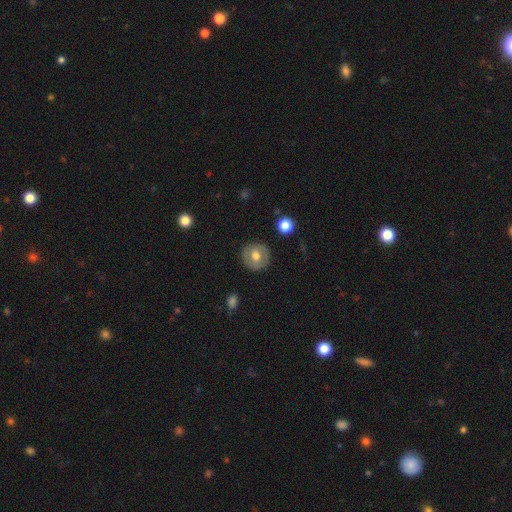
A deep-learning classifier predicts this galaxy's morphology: smooth_or_featured: smooth (p=0.60) [alt: featured or disk p=0.33]
how_rounded: round (p=0.90) [alt: in between p=0.09]
merging: none (p=0.87) [alt: minor disturbance p=0.09]